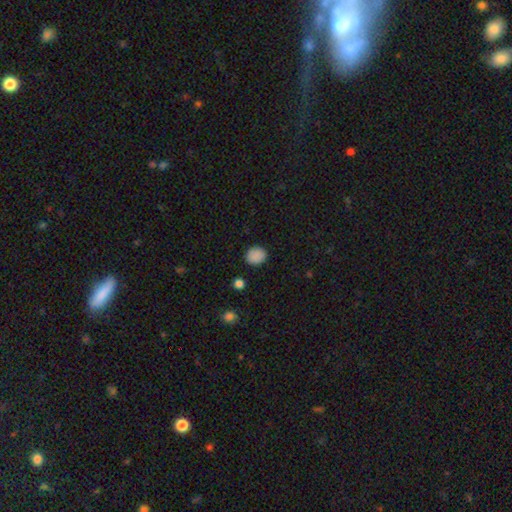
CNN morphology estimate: Overall: smooth (87%). How rounded: round (71%). Merging: none (87%).